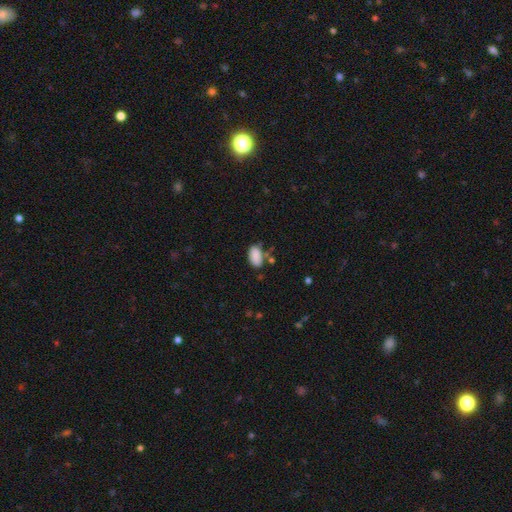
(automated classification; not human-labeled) The model was most divided on "merging": none: 71%, minor disturbance: 18%, merger: 7%, major disturbance: 5%. More confident: how rounded — in between (94%); smooth or featured — smooth (88%).